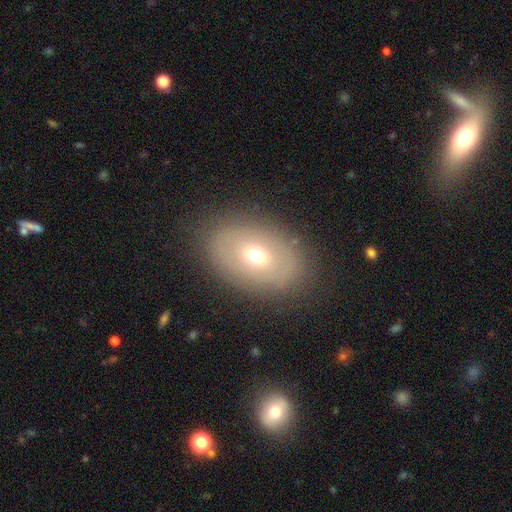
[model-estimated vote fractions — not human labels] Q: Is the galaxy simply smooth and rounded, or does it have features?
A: smooth — 57%.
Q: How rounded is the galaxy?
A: in between — 78%.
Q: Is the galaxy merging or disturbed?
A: none — 83%.